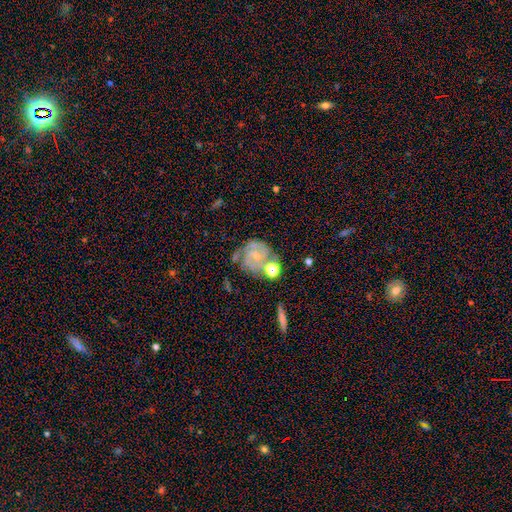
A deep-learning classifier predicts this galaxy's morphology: featured or disk 76%, smooth 16%, star or artifact 9%. Down the decision tree: edge-on disk — no (97%); bar — no (57%); spiral arms — yes (91%); spiral arm count — 2 (42%); spiral winding — tight (55%); bulge size — small (66%); merging — none (50%).